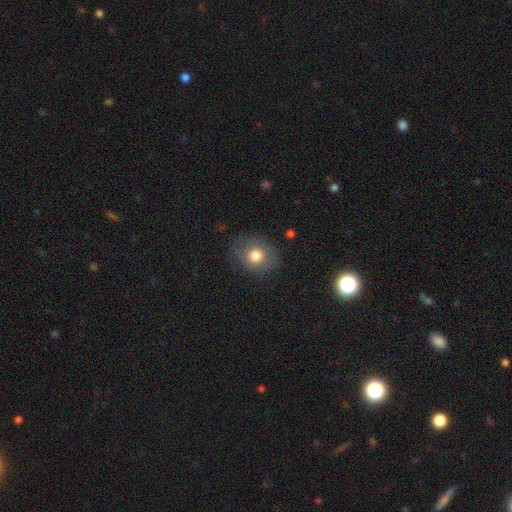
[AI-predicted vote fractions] The model was most divided on "how rounded": round: 65%, in between: 34%, cigar-shaped: 1%. More confident: merging — none (80%); smooth or featured — smooth (78%).